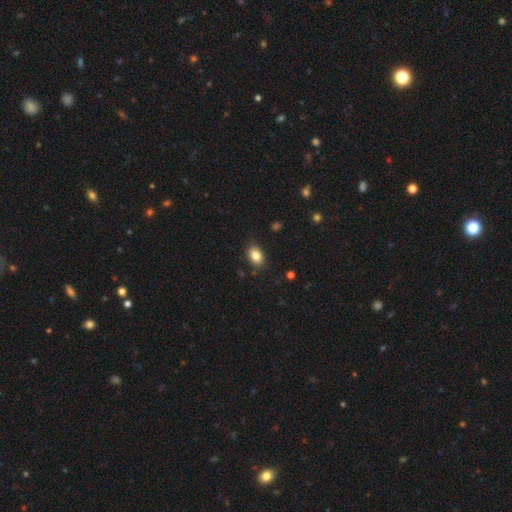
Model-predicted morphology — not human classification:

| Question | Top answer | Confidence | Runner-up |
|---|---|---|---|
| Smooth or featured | smooth | 85% | star or artifact (9%) |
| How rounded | in between | 82% | round (17%) |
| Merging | none | 86% | minor disturbance (10%) |